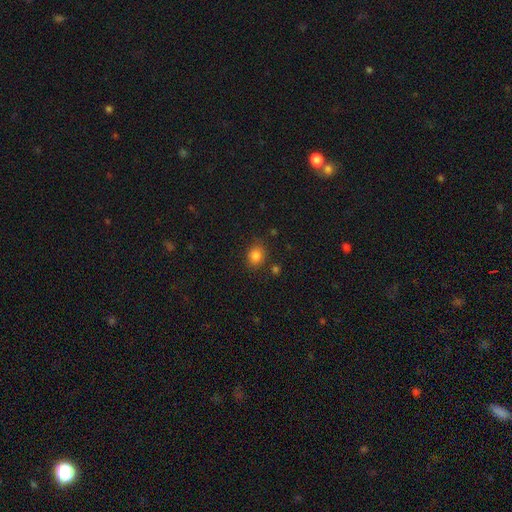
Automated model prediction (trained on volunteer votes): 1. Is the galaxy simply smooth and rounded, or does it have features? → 83% smooth, 12% star or artifact, 5% featured or disk.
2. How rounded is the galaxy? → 68% round, 31% in between, 1% cigar-shaped.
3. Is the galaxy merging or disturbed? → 81% none, 12% minor disturbance, 3% merger, 3% major disturbance.